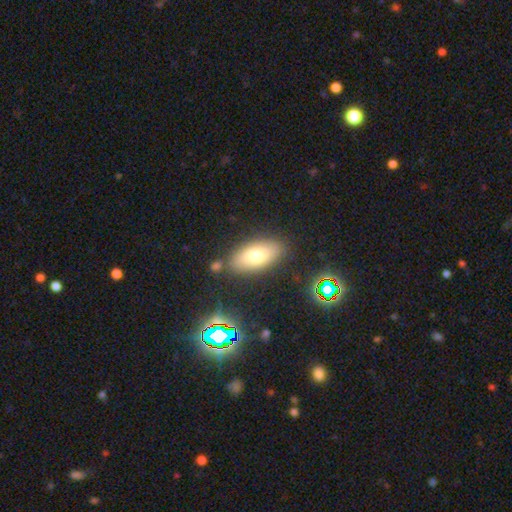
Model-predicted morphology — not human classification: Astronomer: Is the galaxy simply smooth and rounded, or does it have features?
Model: smooth — 70%.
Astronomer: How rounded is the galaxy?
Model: in between — 84%.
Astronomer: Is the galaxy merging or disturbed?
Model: none — 83%.